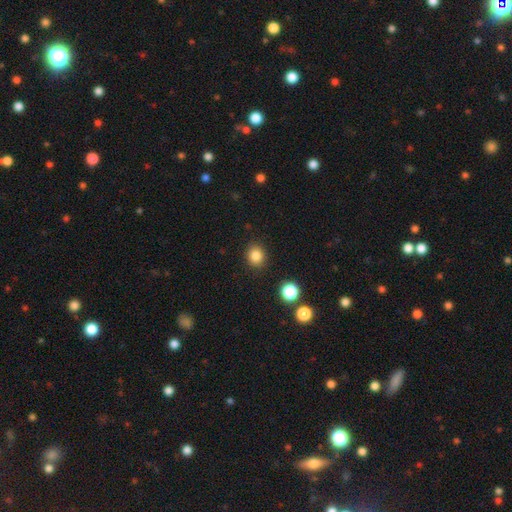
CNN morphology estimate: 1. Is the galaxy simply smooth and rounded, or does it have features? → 85% smooth, 11% star or artifact, 4% featured or disk.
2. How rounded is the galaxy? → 77% round, 22% in between, 1% cigar-shaped.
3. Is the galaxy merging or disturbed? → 88% none, 7% minor disturbance, 2% major disturbance, 2% merger.